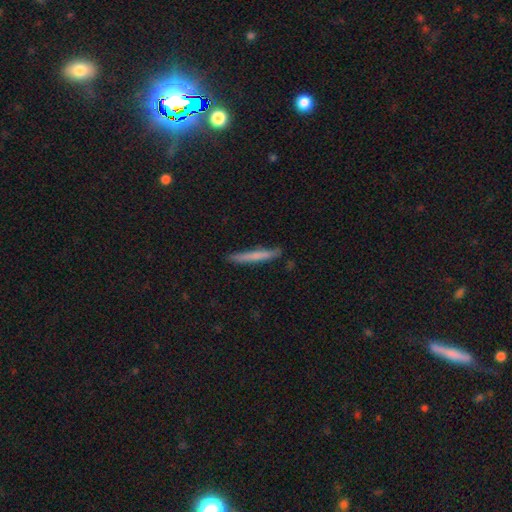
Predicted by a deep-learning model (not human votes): Smooth or featured? Predicted: smooth (p=0.66). How rounded? Predicted: cigar-shaped (p=0.96). Merging? Predicted: none (p=0.87).